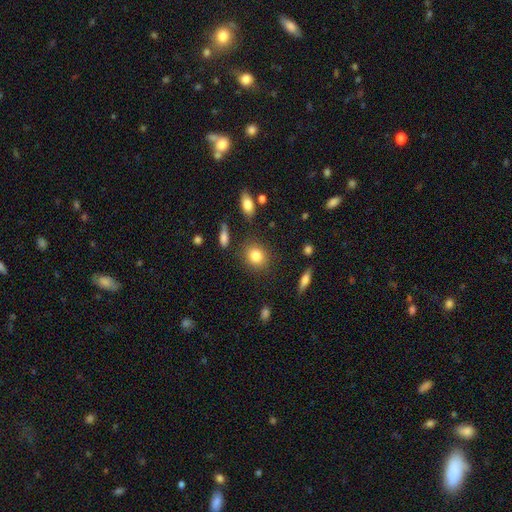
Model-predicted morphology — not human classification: smooth_or_featured: smooth (p=0.84) [alt: star or artifact p=0.09]
how_rounded: round (p=0.67) [alt: in between p=0.31]
merging: none (p=0.85) [alt: minor disturbance p=0.10]